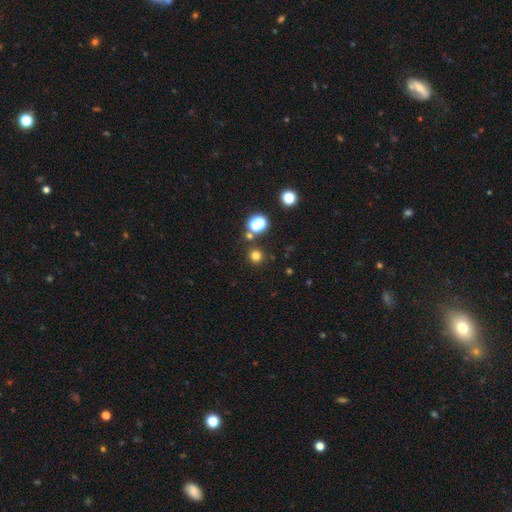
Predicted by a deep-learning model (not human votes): Morphology: type=smooth (74%); roundness=round (94%); merging=none (85%).